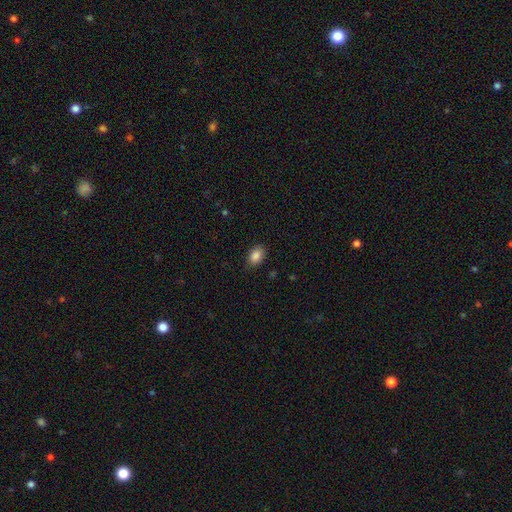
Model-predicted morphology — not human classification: The model was most divided on "how rounded": in between: 83%, round: 16%, cigar-shaped: 1%. More confident: smooth or featured — smooth (87%); merging — none (86%).